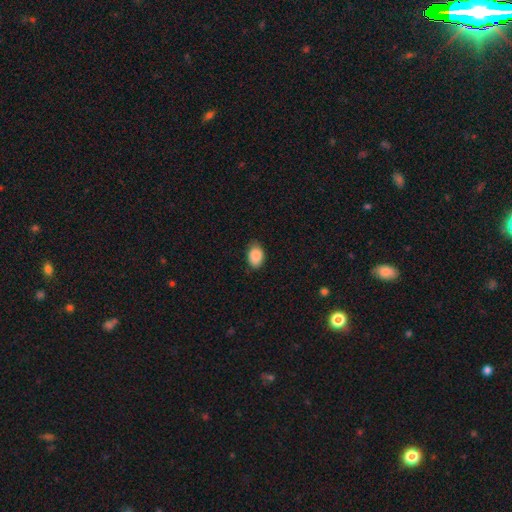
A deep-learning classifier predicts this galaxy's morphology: Q: Smooth or featured?
A: smooth (89%); runner-up: star or artifact (7%)
Q: How rounded?
A: in between (84%); runner-up: round (15%)
Q: Merging?
A: none (78%); runner-up: minor disturbance (18%)